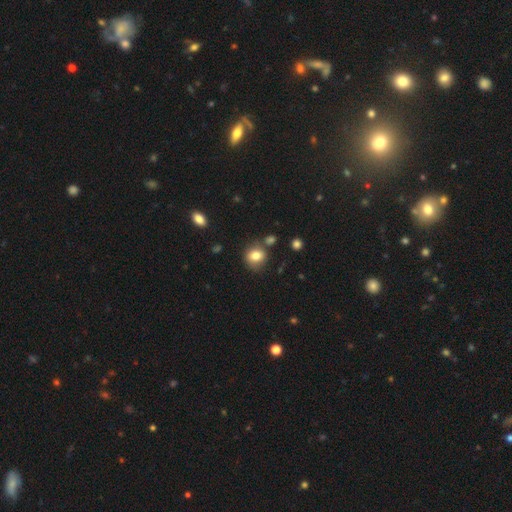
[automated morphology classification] smooth-or-featured: smooth: 81% | star or artifact: 10% | featured or disk: 9%
  how-rounded: round: 66% | in between: 33% | cigar-shaped: 1%
  merging: none: 71% | minor disturbance: 16% | merger: 9% | major disturbance: 4%